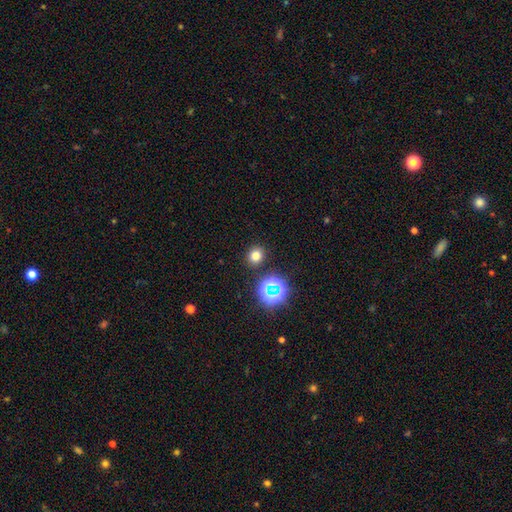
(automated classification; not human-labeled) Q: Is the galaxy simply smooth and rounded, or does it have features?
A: smooth — 72%.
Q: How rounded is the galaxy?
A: round — 78%.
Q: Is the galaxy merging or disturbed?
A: none — 88%.